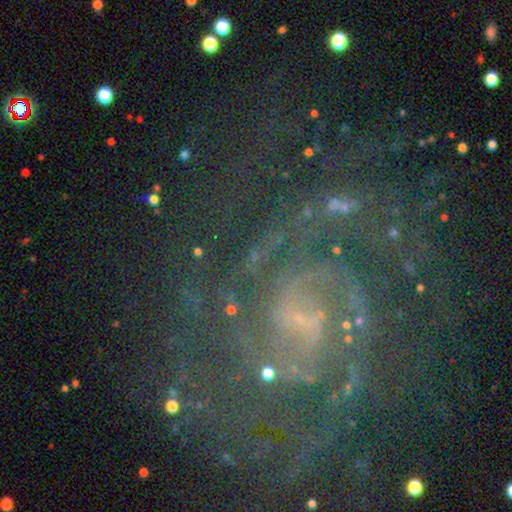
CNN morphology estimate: smooth-or-featured: featured or disk: 73% | star or artifact: 19% | smooth: 9%
  disk-edge-on: no: 98% | yes: 2%
    bar: weak: 41% | no: 34% | strong: 24%
    has-spiral-arms: yes: 95% | no: 5%
      spiral-winding: tight: 50% | medium: 38% | loose: 12%
      spiral-arm-count: 2: 34% | can't tell: 22% | 3: 14% | 4: 10% | more than 4: 10% | 1: 10%
    bulge-size: small: 68% | none: 15% | moderate: 13% | large: 2% | dominant: 2%
  merging: none: 67% | minor disturbance: 16% | major disturbance: 13% | merger: 4%